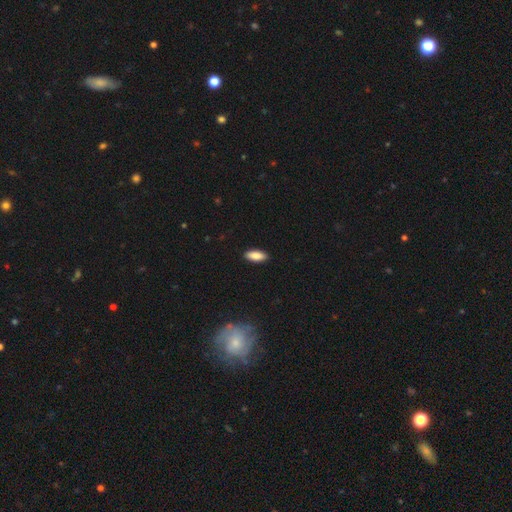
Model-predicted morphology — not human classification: type=smooth (87%); roundness=in between (81%); merging=none (89%).